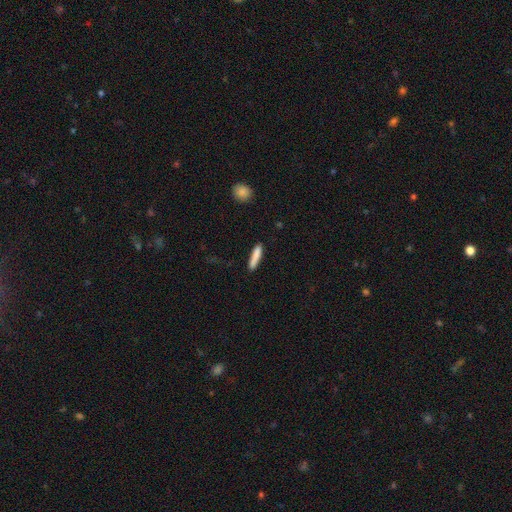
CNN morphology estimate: A smooth galaxy with no disk features (83%) that is cigar-shaped (88%).

Vote fractions:
- Smooth or featured? smooth: 83% / featured or disk: 11% / star or artifact: 6%
- How rounded? cigar-shaped: 88% / in between: 10% / round: 1%
- Merging? none: 85% / minor disturbance: 11% / major disturbance: 2% / merger: 2%